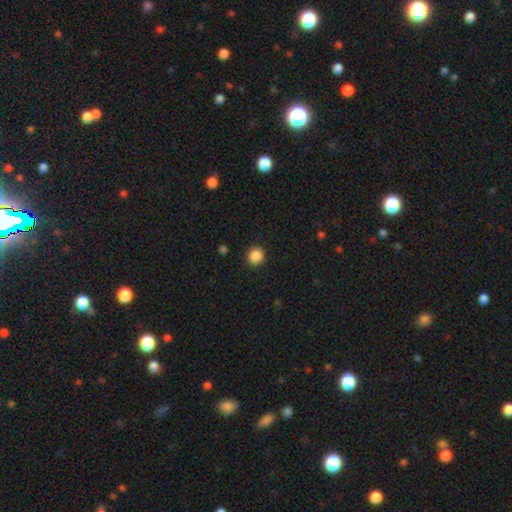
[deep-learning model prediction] A smooth galaxy with no disk features (88%) that is round (91%). Merging: none (92%).